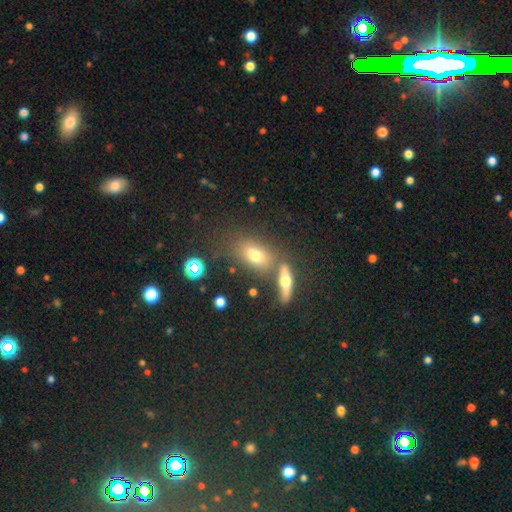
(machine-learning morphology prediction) type=smooth (63%); roundness=in between (76%); merging=none (56%).